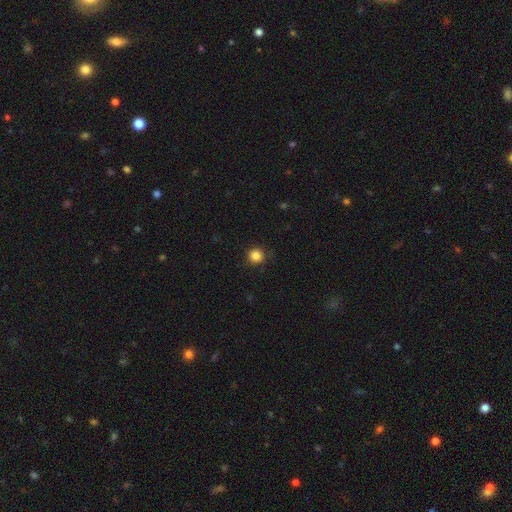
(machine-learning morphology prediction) This appears to be a smooth galaxy with no disk features (85%) that is round (94%). Merging: none (89%).